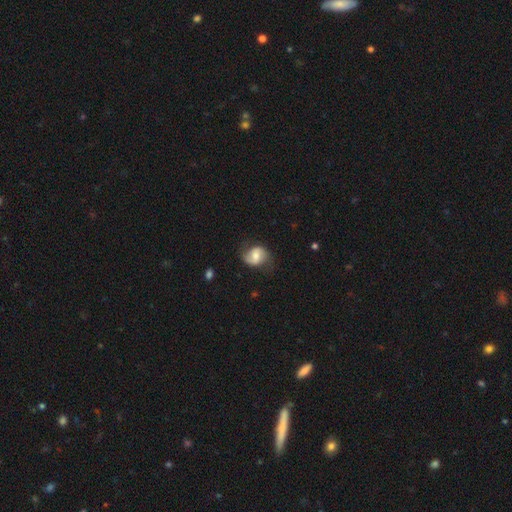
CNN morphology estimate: Smooth or featured? featured or disk (49%)
Merging? none (65%)